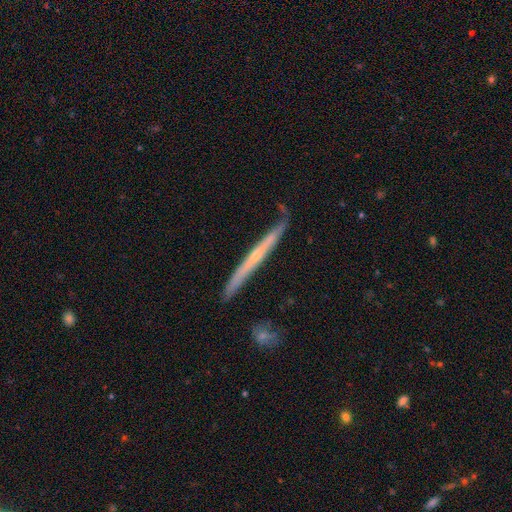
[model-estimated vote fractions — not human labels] This is likely a featured or disk galaxy (67%). It is clearly viewed edge-on (94%). Edge-on bulge: possibly none (51%). Merging: likely none (73%).